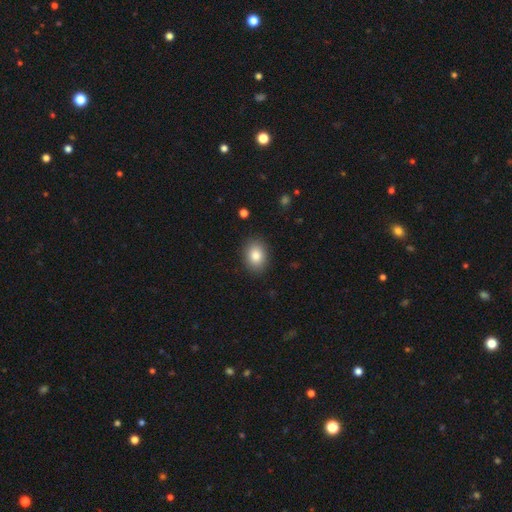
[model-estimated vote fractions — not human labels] The model was most divided on "how rounded": in between: 58%, round: 41%, cigar-shaped: 1%. More confident: merging — none (89%); smooth or featured — smooth (83%).